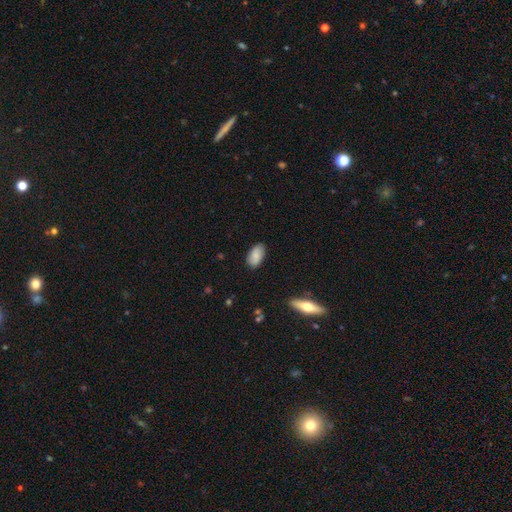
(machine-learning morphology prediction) smooth-or-featured: smooth: 84% | featured or disk: 9% | star or artifact: 7%
  how-rounded: in between: 94% | round: 3% | cigar-shaped: 2%
  merging: none: 85% | minor disturbance: 12% | major disturbance: 2% | merger: 1%